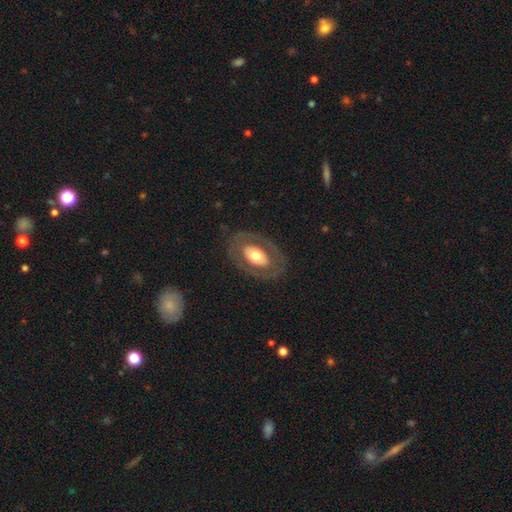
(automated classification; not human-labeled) Smooth or featured? featured or disk (49%)
Merging? none (80%)